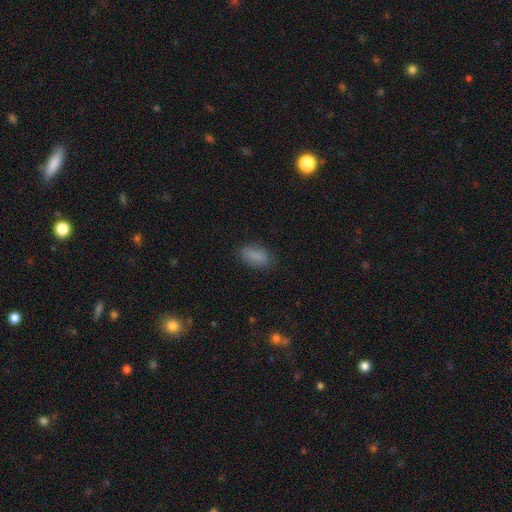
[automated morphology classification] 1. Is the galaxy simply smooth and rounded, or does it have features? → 85% smooth, 9% star or artifact, 6% featured or disk.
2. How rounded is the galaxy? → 90% in between, 5% round, 5% cigar-shaped.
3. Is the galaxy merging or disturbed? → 80% none, 15% minor disturbance, 4% major disturbance, 1% merger.